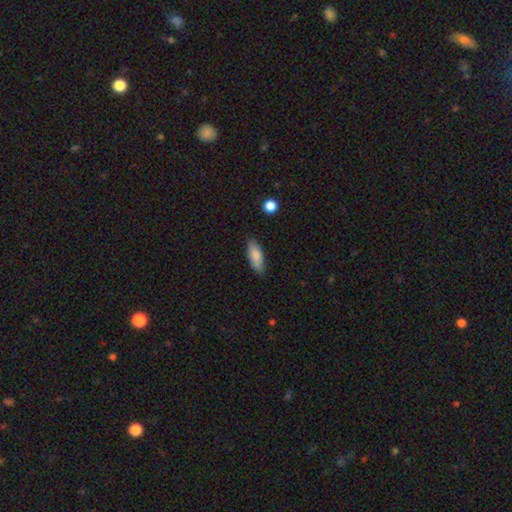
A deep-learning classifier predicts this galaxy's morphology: Smooth or featured?
  - smooth: 84% *
  - featured or disk: 9%
  - star or artifact: 6%
How rounded?
  - in between: 71% *
  - cigar-shaped: 28%
  - round: 2%
Merging?
  - none: 84% *
  - minor disturbance: 12%
  - major disturbance: 2%
  - merger: 1%